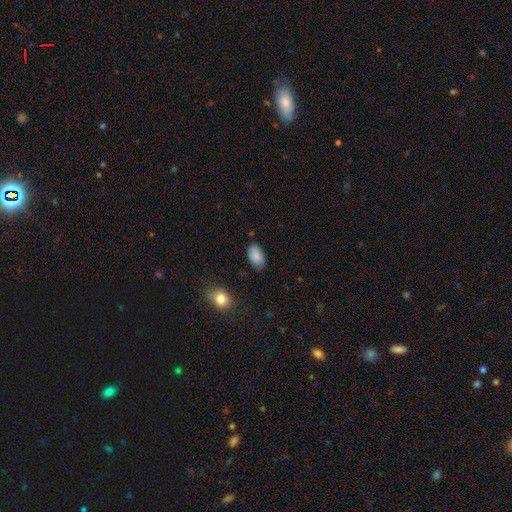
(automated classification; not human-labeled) Morphology: type=smooth (85%); roundness=in between (93%); merging=none (79%).